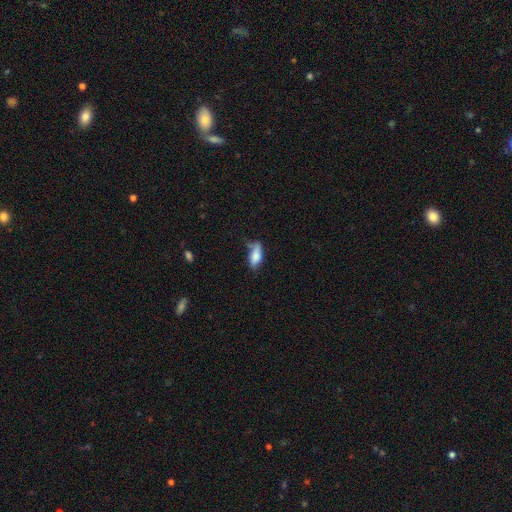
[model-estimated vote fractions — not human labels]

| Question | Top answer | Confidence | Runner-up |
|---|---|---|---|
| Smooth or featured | smooth | 78% | featured or disk (14%) |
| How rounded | in between | 78% | cigar-shaped (19%) |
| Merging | none | 47% | minor disturbance (34%) |